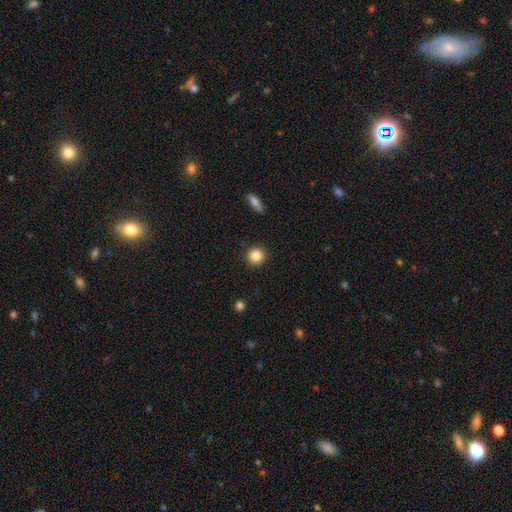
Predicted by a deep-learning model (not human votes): Smooth or featured? smooth (85%)
How rounded? round (94%)
Merging? none (92%)